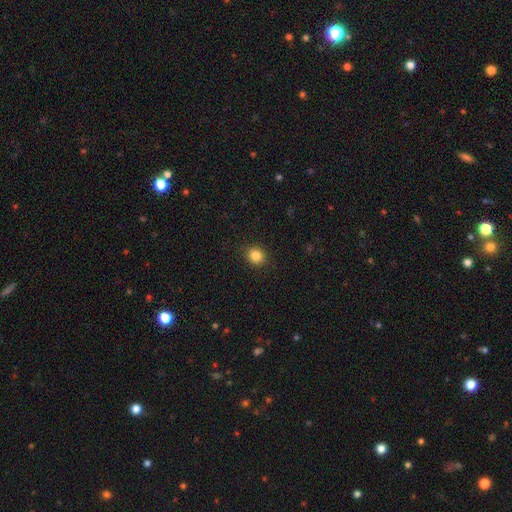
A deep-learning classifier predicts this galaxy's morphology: A smooth galaxy with no disk features (85%) that is round (79%). Merging: none (90%).